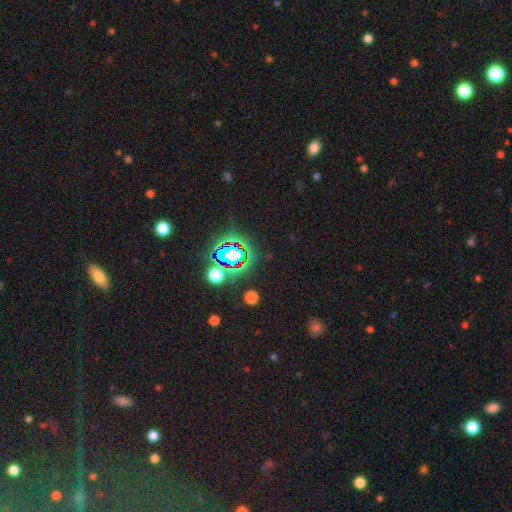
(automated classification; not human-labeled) smooth-or-featured: star or artifact: 75% | smooth: 15% | featured or disk: 9%